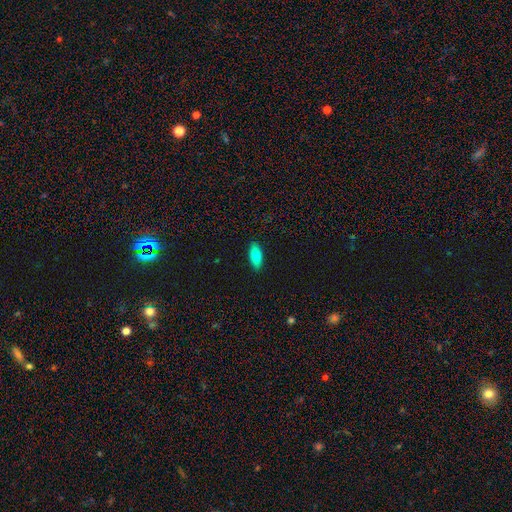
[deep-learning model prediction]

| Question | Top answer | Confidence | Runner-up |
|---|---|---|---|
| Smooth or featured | smooth | 84% | featured or disk (9%) |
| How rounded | in between | 79% | cigar-shaped (19%) |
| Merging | none | 89% | minor disturbance (8%) |